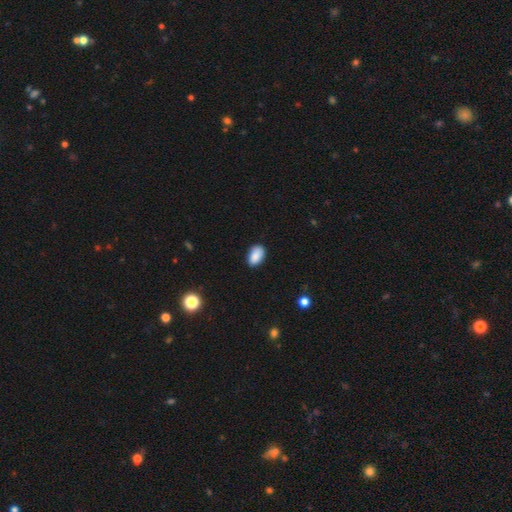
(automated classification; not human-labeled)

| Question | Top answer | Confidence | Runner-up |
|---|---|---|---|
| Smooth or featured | smooth | 88% | star or artifact (8%) |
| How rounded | in between | 92% | round (7%) |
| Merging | none | 83% | minor disturbance (14%) |